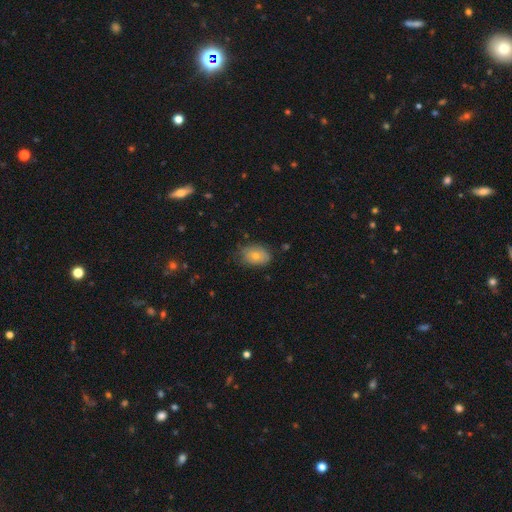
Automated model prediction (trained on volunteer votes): A smooth galaxy with no disk features (73%) that is in between round and cigar-shaped (76%).

Vote fractions:
- Smooth or featured? smooth: 73% / featured or disk: 18% / star or artifact: 9%
- How rounded? in between: 76% / round: 23% / cigar-shaped: 1%
- Merging? none: 68% / minor disturbance: 25% / major disturbance: 5% / merger: 1%